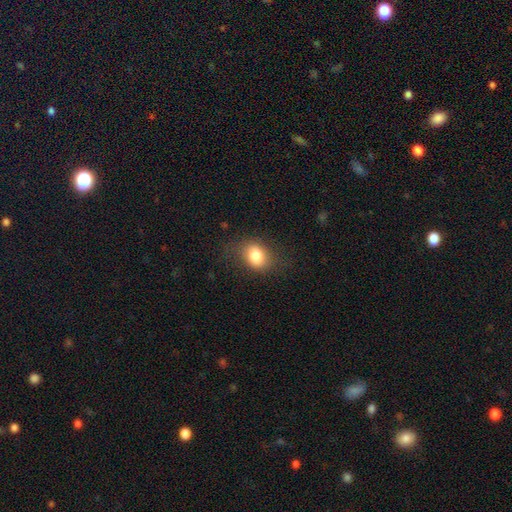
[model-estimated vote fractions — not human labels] This is clearly a smooth galaxy (82%). How rounded: likely in between (66%). Merging: likely none (74%).